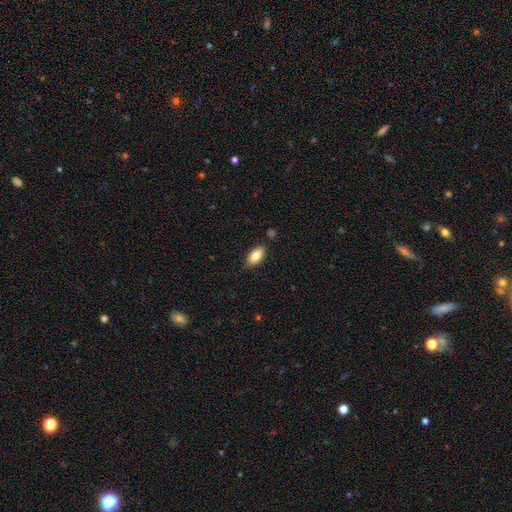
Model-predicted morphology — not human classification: Smooth or featured?
  - smooth: 83% *
  - featured or disk: 10%
  - star or artifact: 7%
How rounded?
  - in between: 90% *
  - cigar-shaped: 8%
  - round: 3%
Merging?
  - none: 82% *
  - minor disturbance: 14%
  - major disturbance: 3%
  - merger: 2%